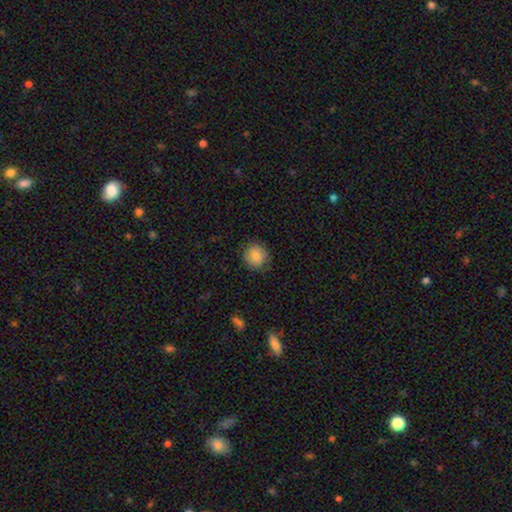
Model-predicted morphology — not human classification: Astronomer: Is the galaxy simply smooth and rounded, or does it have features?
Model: smooth — 84%.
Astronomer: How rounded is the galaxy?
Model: round — 87%.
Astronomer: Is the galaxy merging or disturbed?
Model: none — 85%.